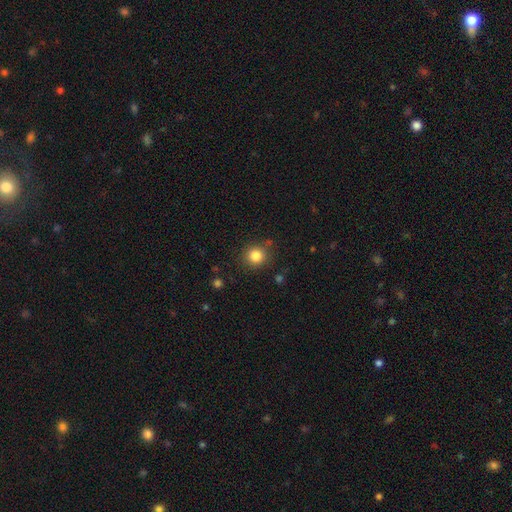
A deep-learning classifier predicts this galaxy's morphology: This is clearly a smooth galaxy (83%). How rounded: clearly round (90%). Merging: clearly none (85%).